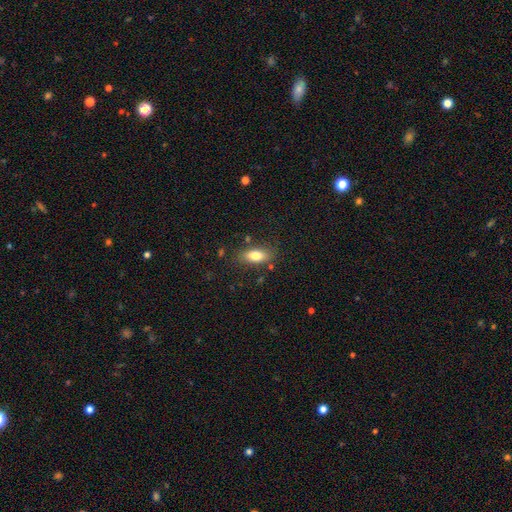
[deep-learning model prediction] smooth_or_featured: smooth (p=0.78) [alt: featured or disk p=0.14]
how_rounded: in between (p=0.83) [alt: cigar-shaped p=0.13]
merging: none (p=0.80) [alt: minor disturbance p=0.14]